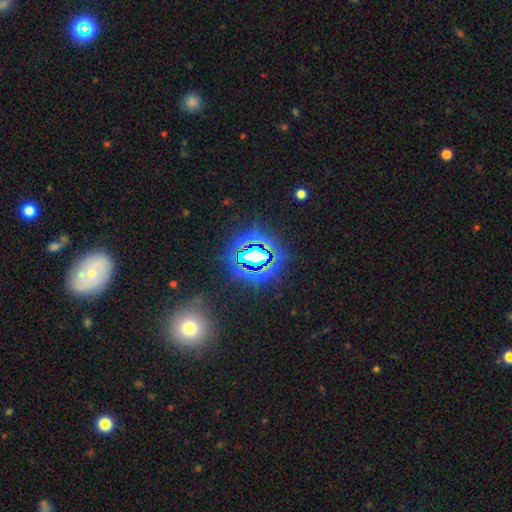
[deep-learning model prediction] The model was most divided on "smooth or featured": star or artifact: 76%, smooth: 13%, featured or disk: 11%.